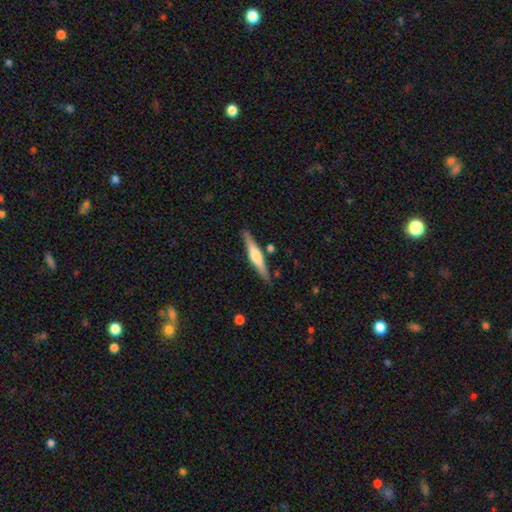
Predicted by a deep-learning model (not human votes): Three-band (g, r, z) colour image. It shows a featured or disk galaxy (57%) viewed edge-on (96%) with a rounded central bulge (76%). Merging: none (85%).